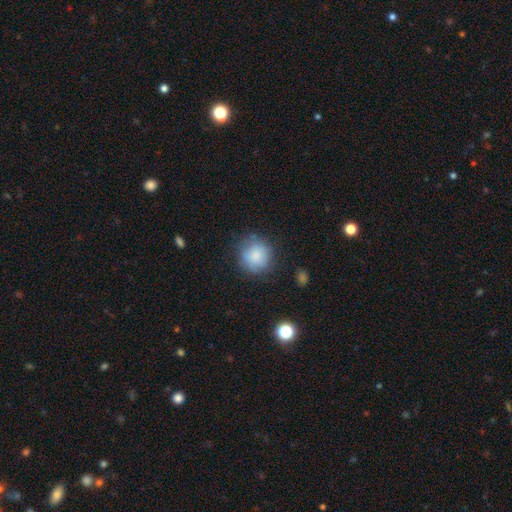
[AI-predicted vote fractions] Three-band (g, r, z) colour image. It shows a smooth galaxy with no disk features (84%) that is round (89%). Merging: none (76%).